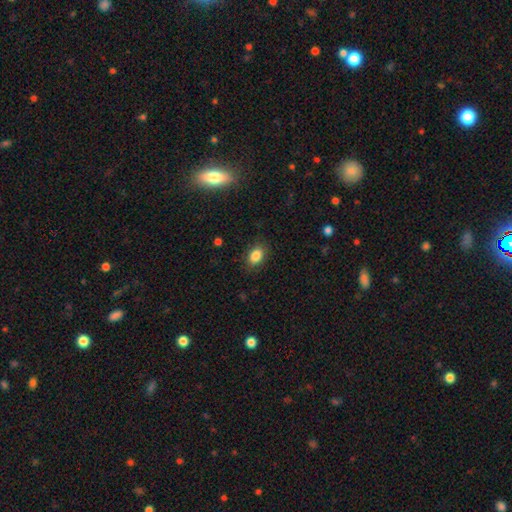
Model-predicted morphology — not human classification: This appears to be a smooth galaxy with no disk features (86%) that is in between round and cigar-shaped (81%). Merging: none (85%).